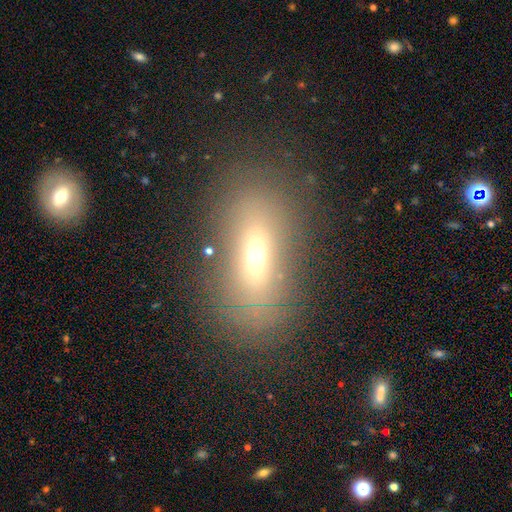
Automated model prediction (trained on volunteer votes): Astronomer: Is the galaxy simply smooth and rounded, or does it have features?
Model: smooth — 54% (runner-up: featured or disk, 30%).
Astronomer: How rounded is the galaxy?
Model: in between — 72%.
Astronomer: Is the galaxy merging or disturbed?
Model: none — 77%.